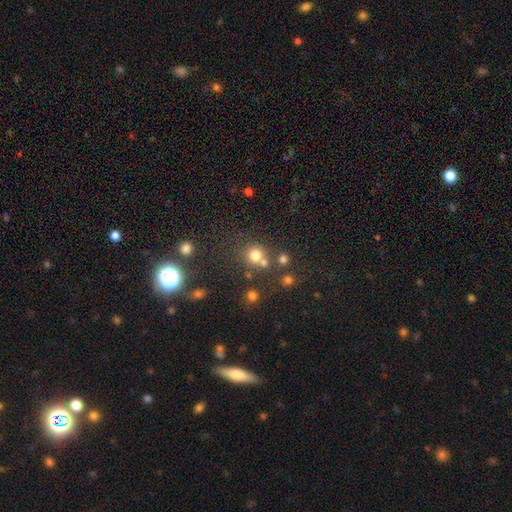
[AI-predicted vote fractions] A smooth galaxy with no disk features (75%) that is round (88%). Merging: none (62%).